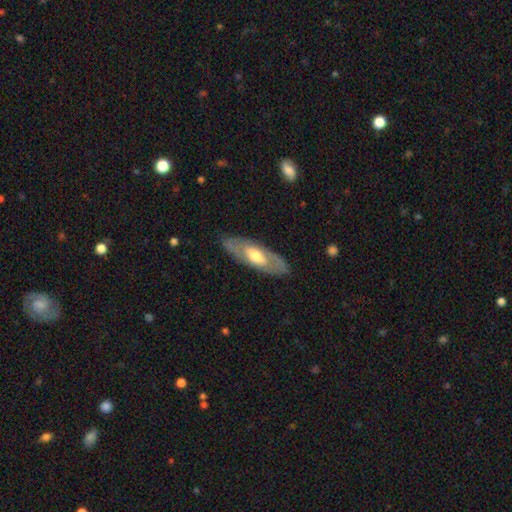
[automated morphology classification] Overall: featured or disk (57%; smooth 38%). Edge-on disk: no (72%). Merging: none (84%).